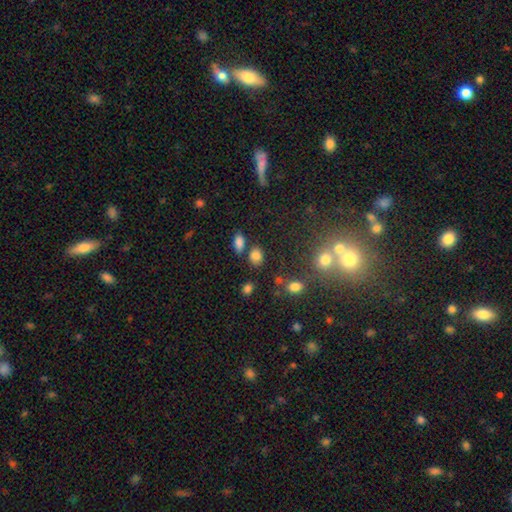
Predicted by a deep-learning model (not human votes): Morphology: type=smooth (81%); roundness=in between (59%); merging=none (73%).